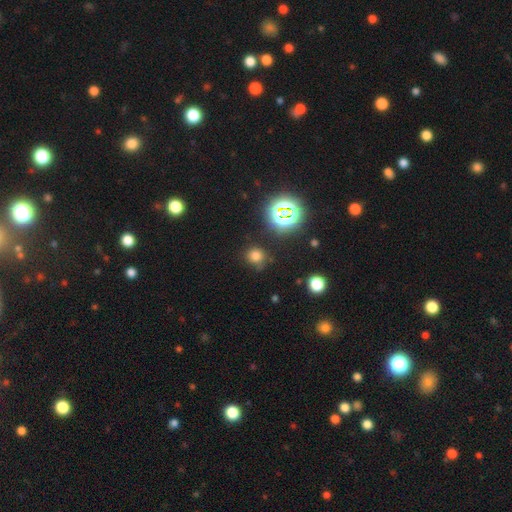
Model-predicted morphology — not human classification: smooth 70%, star or artifact 24%, featured or disk 6%. Down the decision tree: how rounded — round (87%); merging — none (76%).